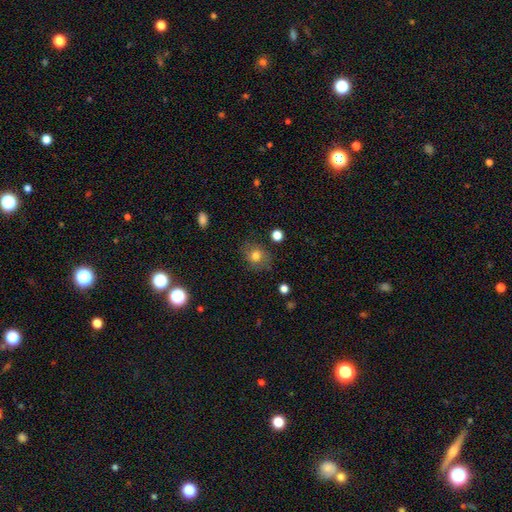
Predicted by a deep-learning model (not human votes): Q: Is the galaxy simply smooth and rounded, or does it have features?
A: smooth — 76%.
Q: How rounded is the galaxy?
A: round — 64%.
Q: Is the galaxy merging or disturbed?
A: none — 77%.